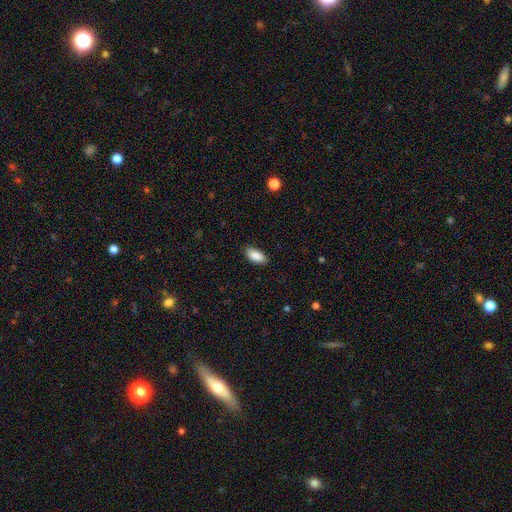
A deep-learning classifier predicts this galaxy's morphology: Overall: smooth (89%). How rounded: in between (92%). Merging: none (87%).